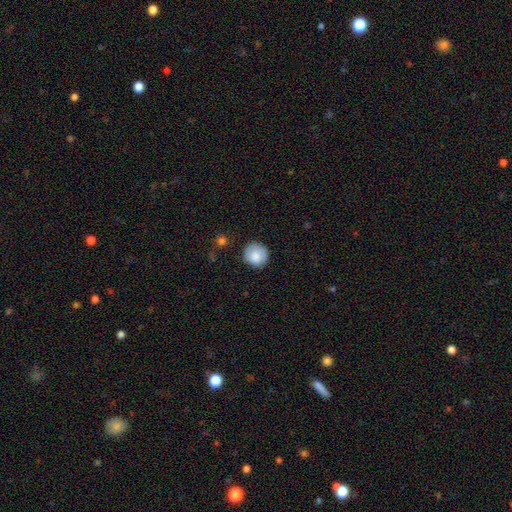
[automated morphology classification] This appears to be a smooth galaxy with no disk features (85%) that is round (91%). Merging: none (82%).